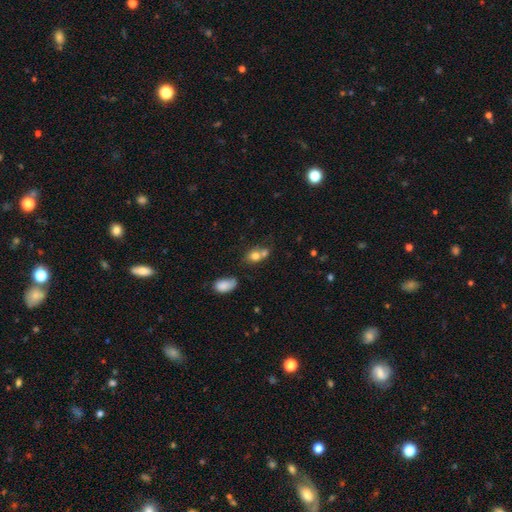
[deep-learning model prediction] Overall: smooth (74%). How rounded: round (52%; in between 46%). Merging: merger (46%; none 35%).